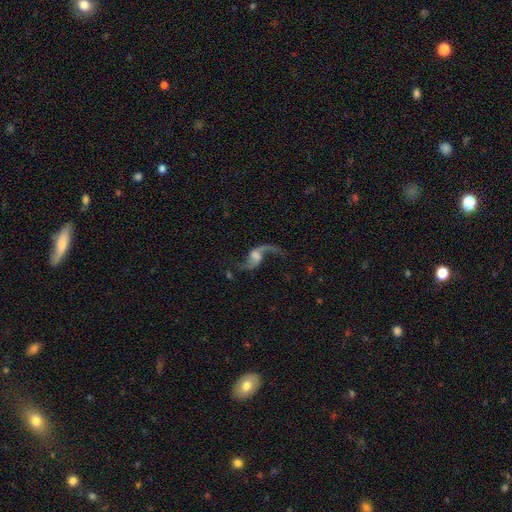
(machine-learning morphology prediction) Smooth or featured? featured or disk (87%)
Edge-on disk? no (97%)
Bar? no (47%)
Spiral arms? yes (96%)
Spiral winding? loose (90%)
Spiral arm count? 2 (90%)
Bulge size? none (30%)
Merging? none (65%)